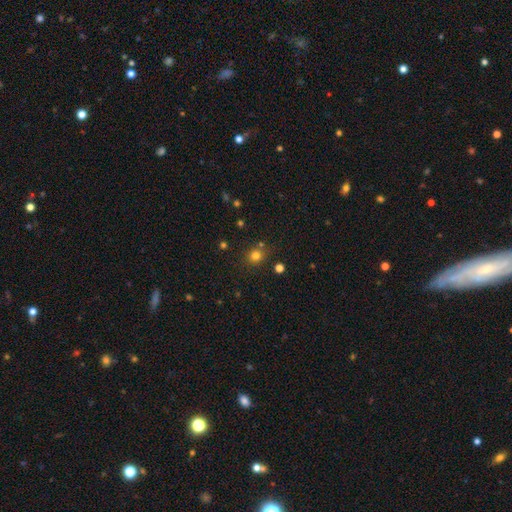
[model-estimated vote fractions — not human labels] Smooth or featured? smooth (77%)
How rounded? round (85%)
Merging? none (79%)